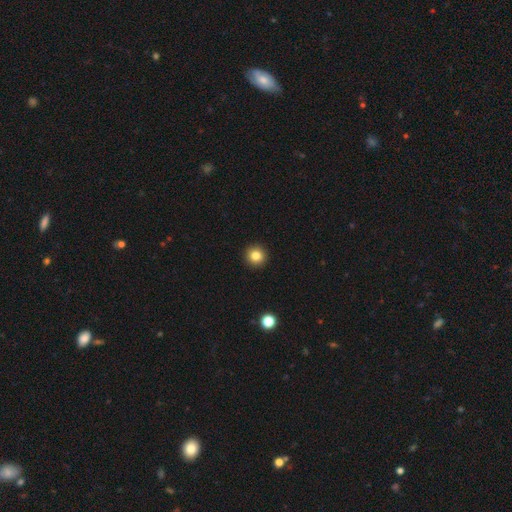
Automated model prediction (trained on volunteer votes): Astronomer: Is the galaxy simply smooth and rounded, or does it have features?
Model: smooth — 83%.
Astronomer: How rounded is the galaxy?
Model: round — 94%.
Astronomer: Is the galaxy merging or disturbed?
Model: none — 93%.